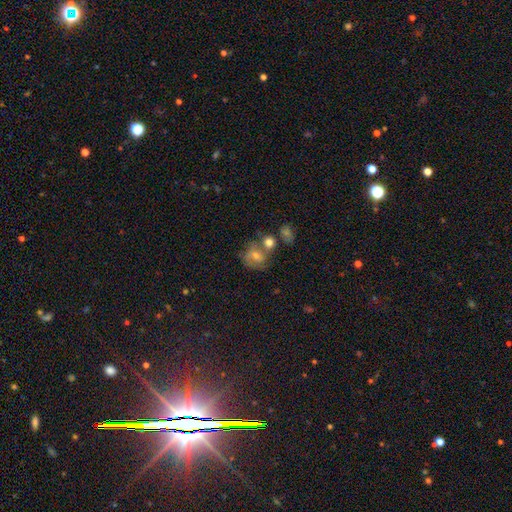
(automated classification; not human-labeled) featured or disk 47%, smooth 39%, star or artifact 14%. Down the decision tree: merging — none (50%).